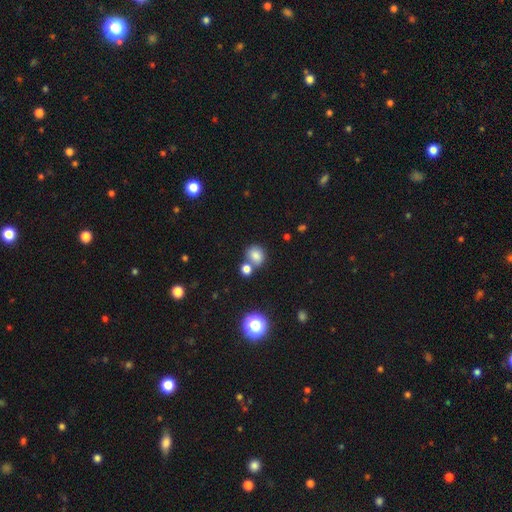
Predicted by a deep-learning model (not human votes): smooth-or-featured: smooth: 80% | star or artifact: 13% | featured or disk: 7%
  how-rounded: round: 66% | in between: 33% | cigar-shaped: 1%
  merging: none: 55% | merger: 30% | minor disturbance: 11% | major disturbance: 4%